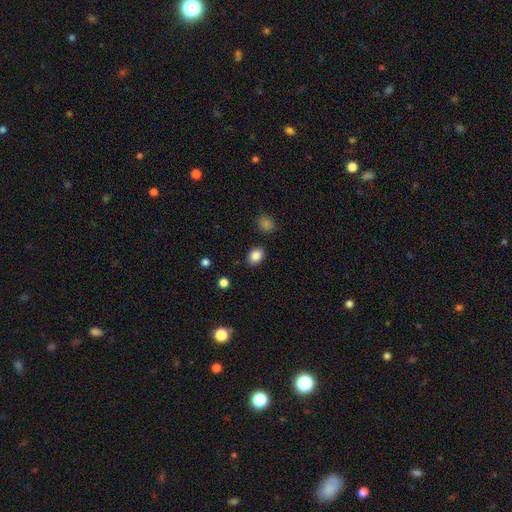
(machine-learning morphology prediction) Smooth or featured?
  - smooth: 86% *
  - star or artifact: 9%
  - featured or disk: 5%
How rounded?
  - in between: 65% *
  - round: 34%
  - cigar-shaped: 1%
Merging?
  - none: 86% *
  - minor disturbance: 9%
  - major disturbance: 3%
  - merger: 2%